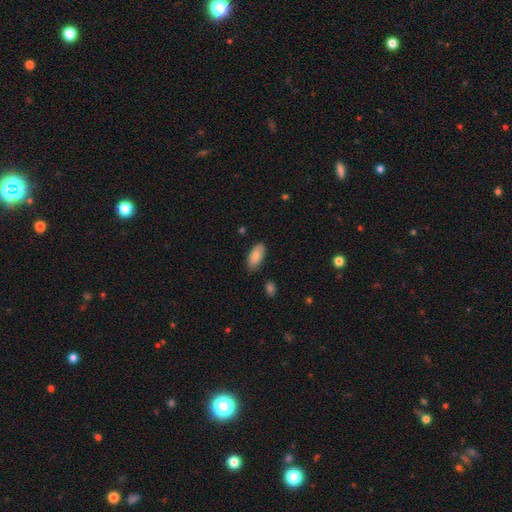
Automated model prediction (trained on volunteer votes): smooth_or_featured: smooth (p=0.85) [alt: featured or disk p=0.09]
how_rounded: in between (p=0.92) [alt: cigar-shaped p=0.07]
merging: none (p=0.81) [alt: minor disturbance p=0.15]